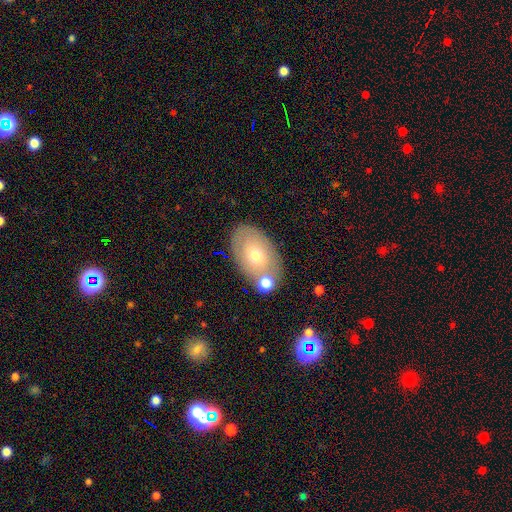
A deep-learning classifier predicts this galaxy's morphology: This is possibly a smooth galaxy (53%). How rounded: clearly in between (88%). Merging: likely none (70%).